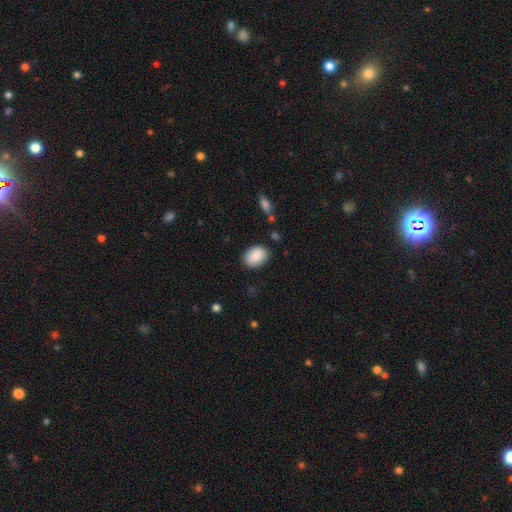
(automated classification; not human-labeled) The model was most divided on "how rounded": in between: 83%, round: 16%, cigar-shaped: 1%. More confident: smooth or featured — smooth (88%); merging — none (84%).